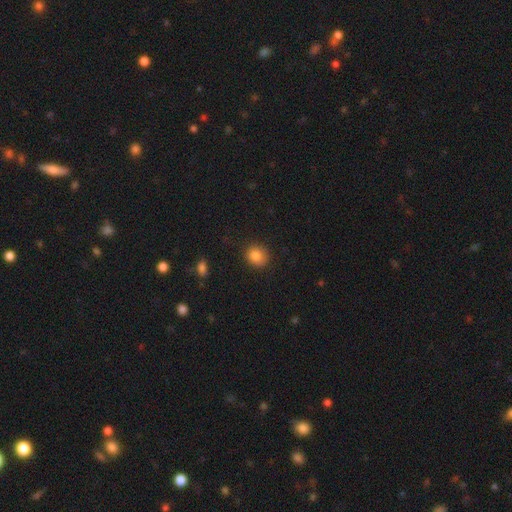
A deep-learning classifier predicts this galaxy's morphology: Smooth or featured? smooth (84%)
How rounded? round (76%)
Merging? none (85%)